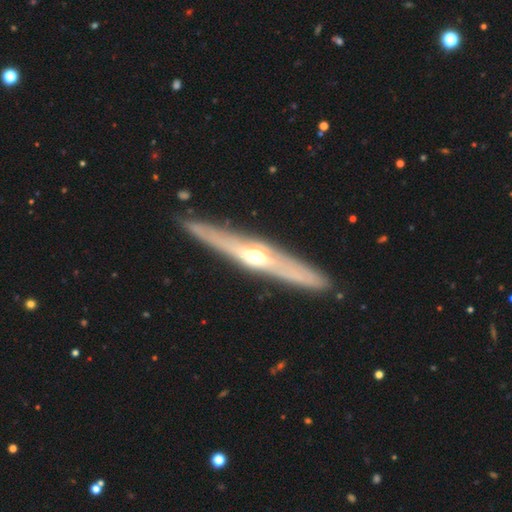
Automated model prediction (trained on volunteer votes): Smooth or featured? featured or disk (74%)
Edge-on disk? yes (87%)
Edge-on bulge? rounded (88%)
Merging? none (87%)